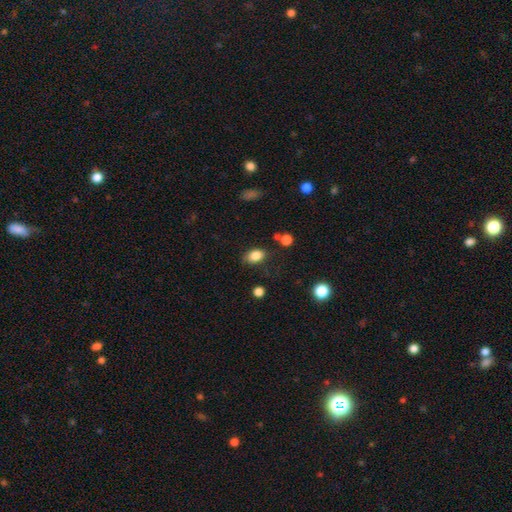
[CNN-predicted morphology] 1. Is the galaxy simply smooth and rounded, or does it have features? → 84% smooth, 9% star or artifact, 7% featured or disk.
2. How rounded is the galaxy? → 83% in between, 15% round, 2% cigar-shaped.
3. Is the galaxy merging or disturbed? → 72% none, 19% minor disturbance, 5% major disturbance, 4% merger.